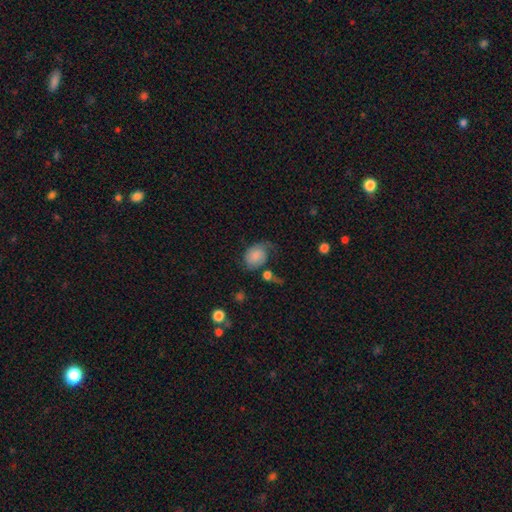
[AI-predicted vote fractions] The model was most divided on "merging": none: 37%, minor disturbance: 31%, major disturbance: 25%, merger: 8%. More confident: smooth or featured — smooth (69%); how rounded — in between (58%).